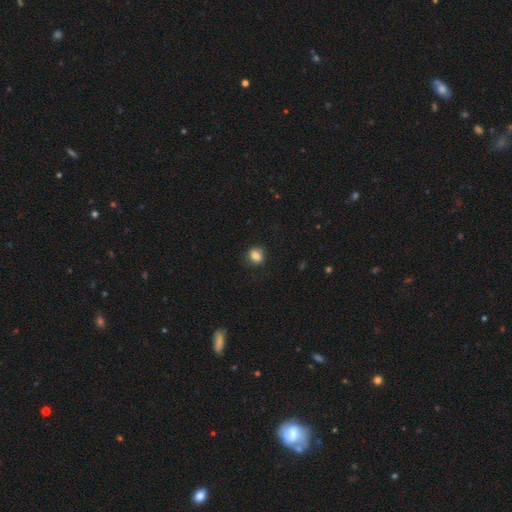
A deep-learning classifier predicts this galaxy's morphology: Q: Smooth or featured?
A: smooth (80%); runner-up: star or artifact (11%)
Q: How rounded?
A: round (53%); runner-up: in between (46%)
Q: Merging?
A: none (74%); runner-up: minor disturbance (19%)